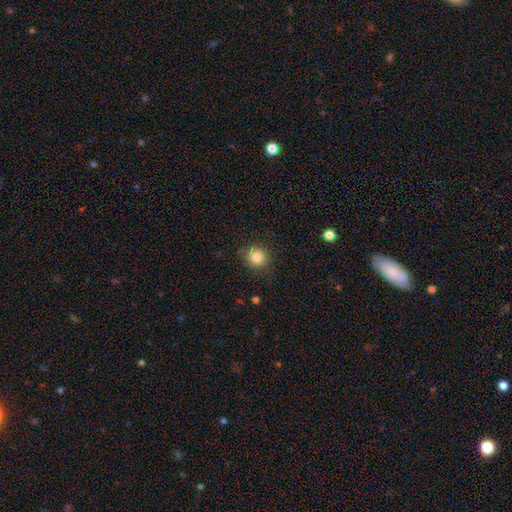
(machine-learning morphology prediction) The model was most divided on "smooth or featured": smooth: 84%, star or artifact: 10%, featured or disk: 6%. More confident: how rounded — round (89%); merging — none (85%).